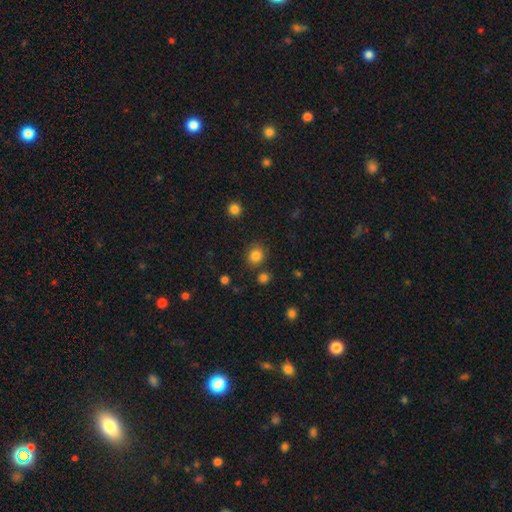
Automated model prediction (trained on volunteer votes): Smooth or featured? Predicted: smooth (p=0.83). How rounded? Predicted: round (p=0.77). Merging? Predicted: none (p=0.80).